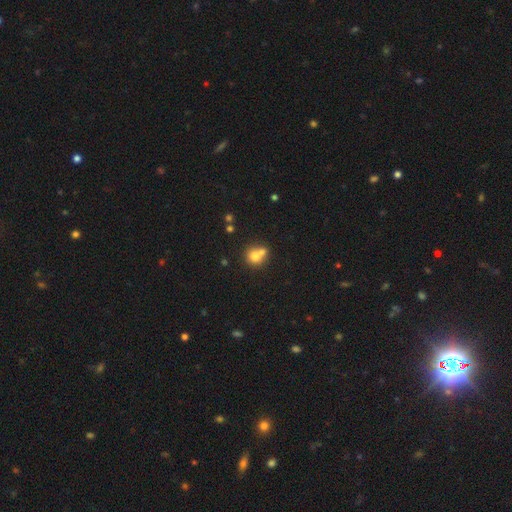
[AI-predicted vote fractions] Overall: smooth (72%). How rounded: round (81%). Merging: merger (51%; none 37%).